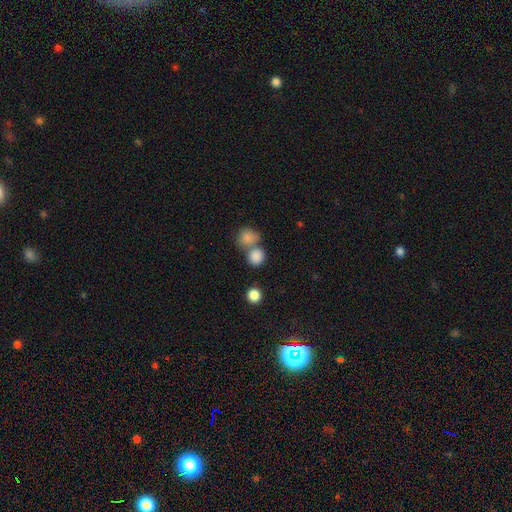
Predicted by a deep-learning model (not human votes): A smooth galaxy with no disk features (85%) that is round (81%). Merging: none (47%).